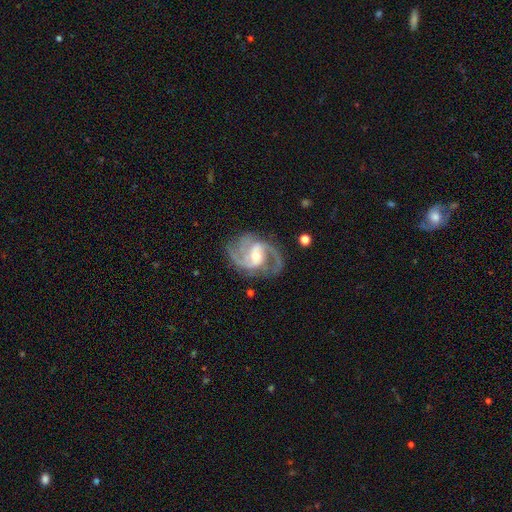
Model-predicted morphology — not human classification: This appears to be a featured or disk galaxy (92%) with a weak bar (51%), 2 (60%) medium (59%) spiral arms (98%) and a moderate central bulge (58%). Merging: none (74%).